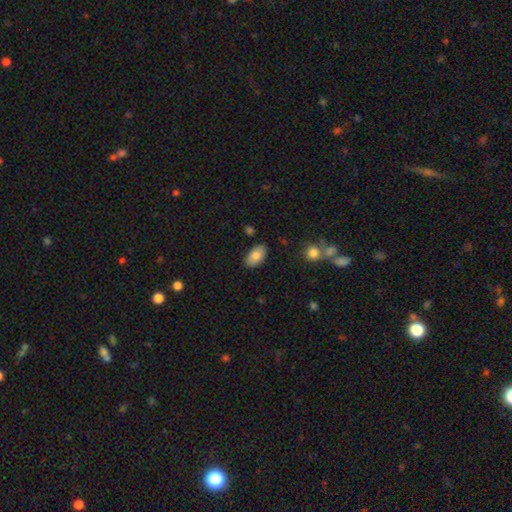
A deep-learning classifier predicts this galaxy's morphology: smooth_or_featured: smooth (p=0.82) [alt: featured or disk p=0.11]
how_rounded: in between (p=0.94) [alt: round p=0.04]
merging: none (p=0.85) [alt: minor disturbance p=0.11]